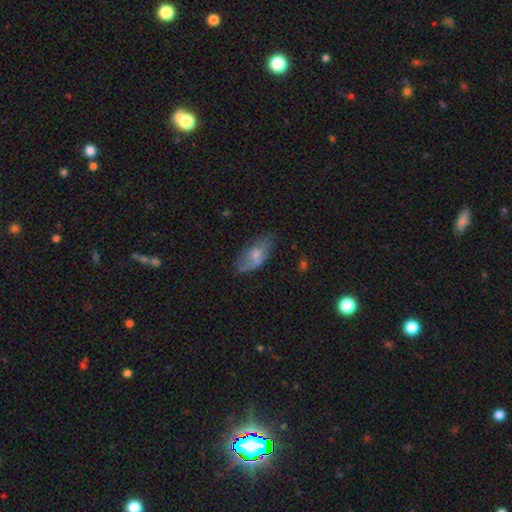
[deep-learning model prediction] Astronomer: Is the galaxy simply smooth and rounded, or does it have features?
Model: smooth — 62%.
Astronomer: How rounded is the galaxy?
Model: in between — 87%.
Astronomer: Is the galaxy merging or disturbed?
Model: none — 54%.